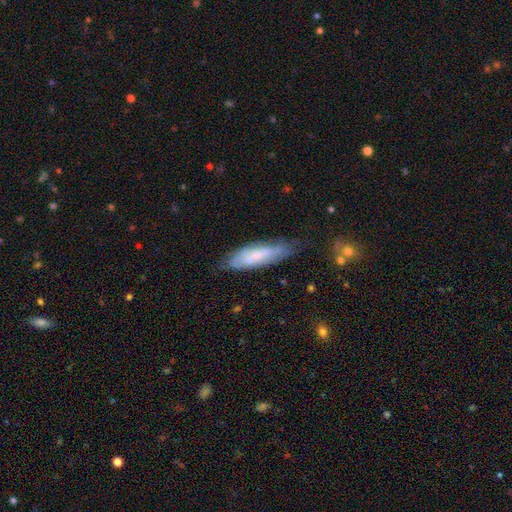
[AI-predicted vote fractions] A featured or disk galaxy (49%). Merging: none (66%).